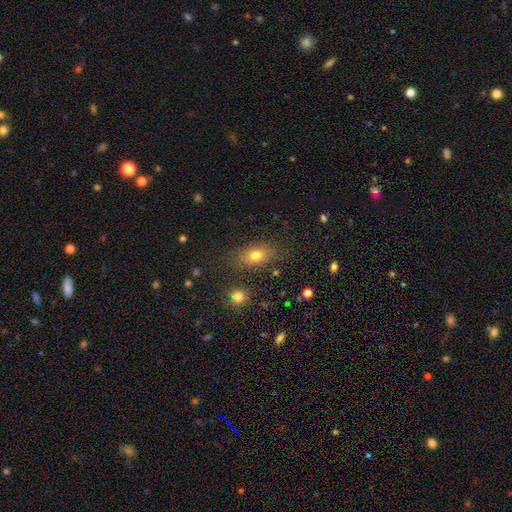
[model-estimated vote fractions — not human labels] A smooth galaxy with no disk features (74%) that is in between round and cigar-shaped (79%).

Vote fractions:
- Smooth or featured? smooth: 74% / star or artifact: 14% / featured or disk: 12%
- How rounded? in between: 79% / round: 13% / cigar-shaped: 8%
- Merging? none: 80% / minor disturbance: 12% / major disturbance: 4% / merger: 4%